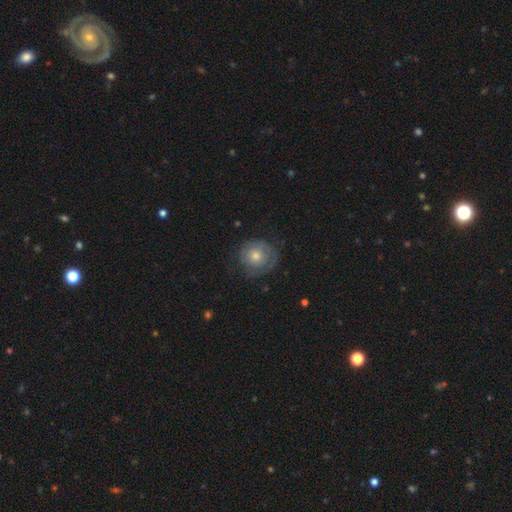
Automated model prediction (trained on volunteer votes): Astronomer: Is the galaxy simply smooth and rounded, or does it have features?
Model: featured or disk — 46% (runner-up: smooth, 45%).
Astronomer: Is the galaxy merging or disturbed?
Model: none — 71%.